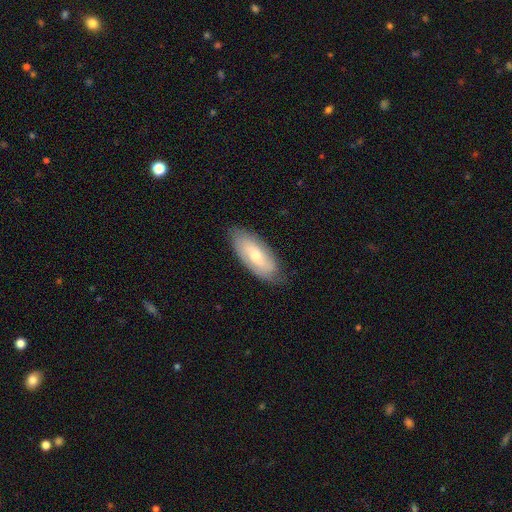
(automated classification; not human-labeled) smooth_or_featured: smooth (p=0.47) [tied with: featured or disk p=0.47]
merging: none (p=0.79) [alt: minor disturbance p=0.16]